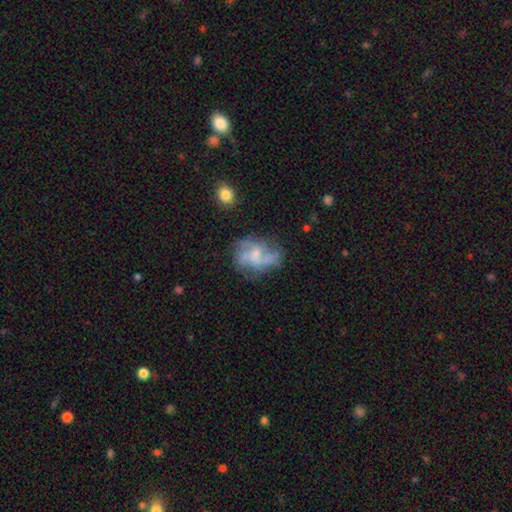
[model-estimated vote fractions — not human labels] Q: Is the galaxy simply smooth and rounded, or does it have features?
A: featured or disk — 74%.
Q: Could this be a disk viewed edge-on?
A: no — 98%.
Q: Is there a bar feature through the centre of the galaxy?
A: no — 49%.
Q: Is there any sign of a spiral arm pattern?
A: yes — 84%.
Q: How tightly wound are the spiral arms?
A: loose — 43%.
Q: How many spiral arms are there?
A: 2 — 40%.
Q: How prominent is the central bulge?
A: small — 49%.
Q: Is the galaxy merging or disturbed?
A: none — 56%.